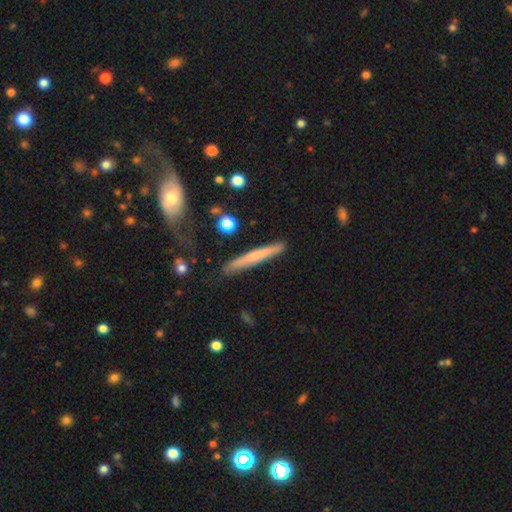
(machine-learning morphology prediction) smooth 58%, featured or disk 35%, star or artifact 6%. Down the decision tree: how rounded — cigar-shaped (95%); merging — none (81%).